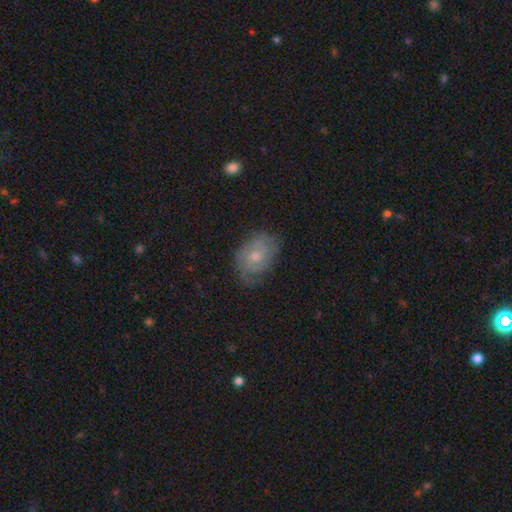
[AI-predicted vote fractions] Smooth or featured? featured or disk (61%)
Edge-on disk? no (96%)
Bar? no (76%)
Spiral arms? yes (83%)
Bulge size? moderate (56%)
Merging? none (66%)